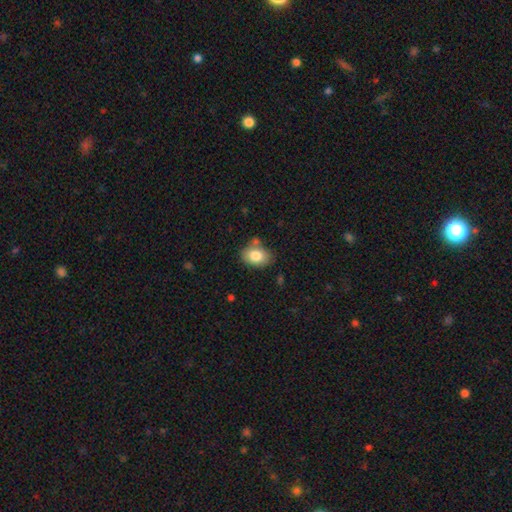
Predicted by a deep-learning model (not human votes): A smooth galaxy with no disk features (82%) that is in between round and cigar-shaped (76%). Merging: none (71%).